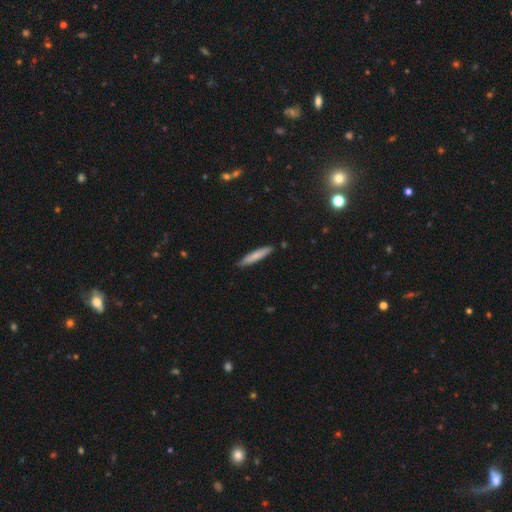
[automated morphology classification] A smooth galaxy with no disk features (75%) that is cigar-shaped (92%). Merging: none (88%).